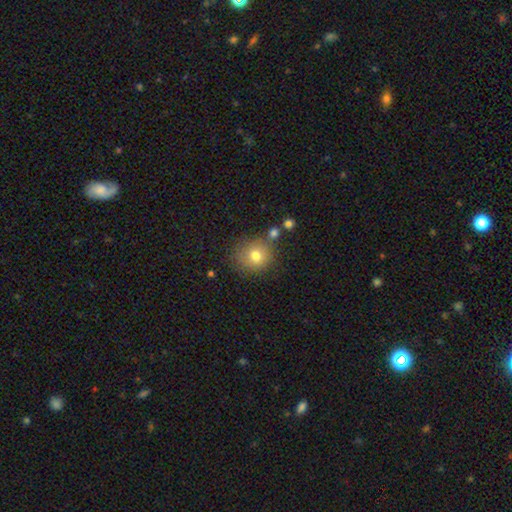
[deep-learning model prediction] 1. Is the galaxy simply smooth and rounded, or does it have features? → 76% smooth, 12% star or artifact, 11% featured or disk.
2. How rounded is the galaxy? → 84% round, 15% in between, 1% cigar-shaped.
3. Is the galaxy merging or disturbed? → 73% none, 13% minor disturbance, 9% merger, 5% major disturbance.